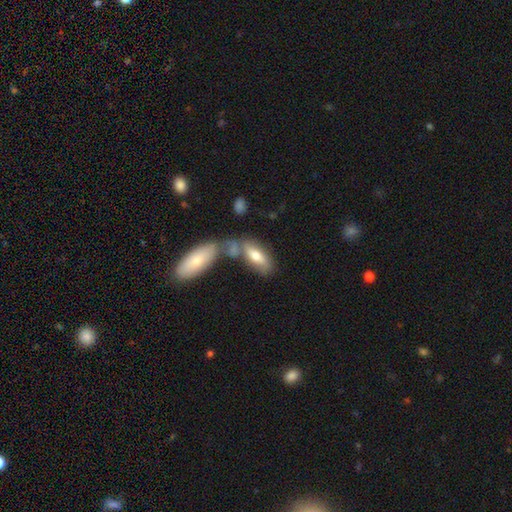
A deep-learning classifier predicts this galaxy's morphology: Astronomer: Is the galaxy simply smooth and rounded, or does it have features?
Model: smooth — 69%.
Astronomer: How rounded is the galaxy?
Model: in between — 74%.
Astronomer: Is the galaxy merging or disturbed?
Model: none — 46% (runner-up: merger, 35%).